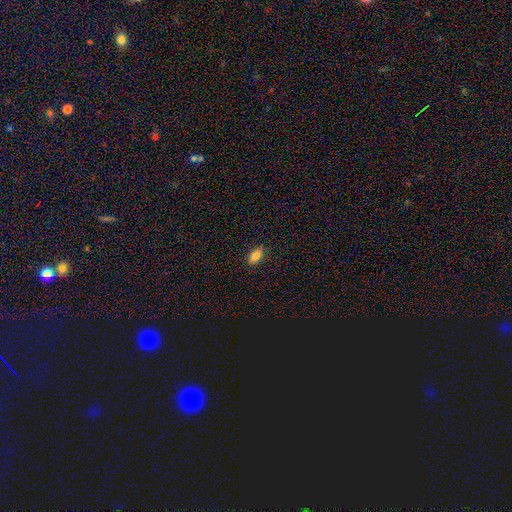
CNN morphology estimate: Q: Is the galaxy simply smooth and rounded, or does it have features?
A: smooth — 84%.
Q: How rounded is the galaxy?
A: in between — 87%.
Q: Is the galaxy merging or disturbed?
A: none — 87%.